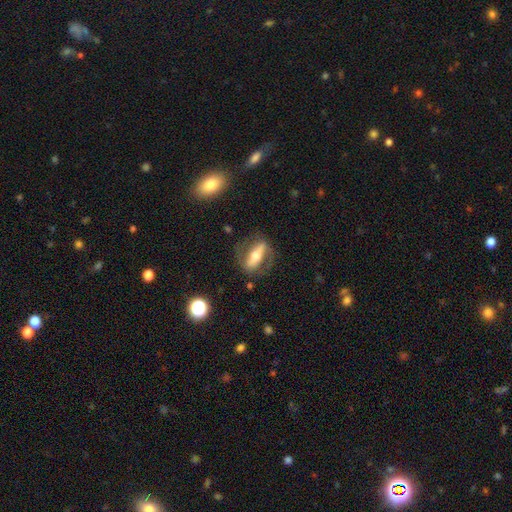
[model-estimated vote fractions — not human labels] This is likely a featured or disk galaxy (66%). It is likely not viewed edge-on (66%). Merging: likely none (72%).